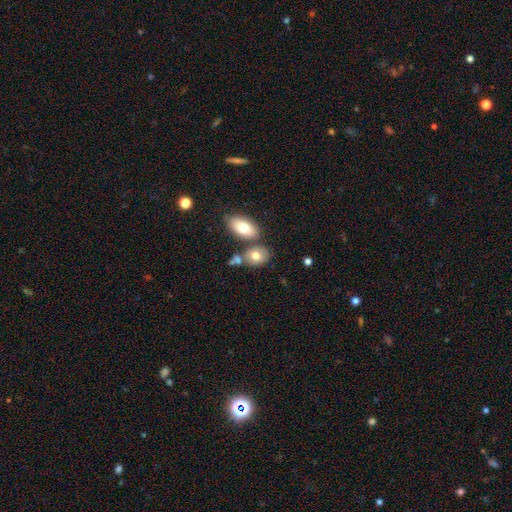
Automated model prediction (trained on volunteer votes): Q: Smooth or featured?
A: smooth (76%); runner-up: featured or disk (16%)
Q: How rounded?
A: in between (73%); runner-up: round (25%)
Q: Merging?
A: none (56%); runner-up: merger (28%)